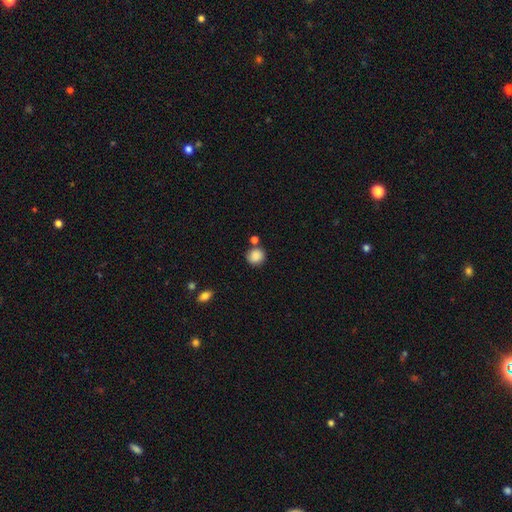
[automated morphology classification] Q: Smooth or featured?
A: smooth (87%); runner-up: star or artifact (9%)
Q: How rounded?
A: round (87%); runner-up: in between (12%)
Q: Merging?
A: none (73%); runner-up: merger (12%)